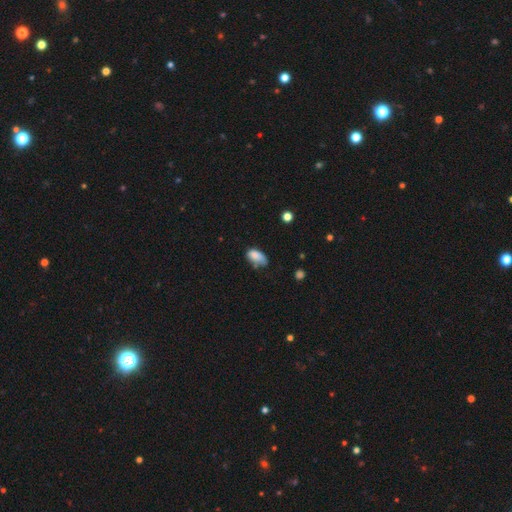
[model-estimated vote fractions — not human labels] Smooth or featured? Predicted: smooth (p=0.81). How rounded? Predicted: in between (p=0.91). Merging? Predicted: none (p=0.42).